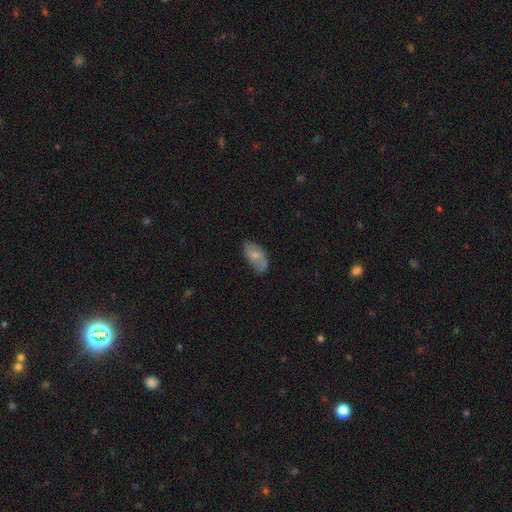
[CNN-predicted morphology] The model was most divided on "smooth or featured": smooth: 58%, featured or disk: 35%, star or artifact: 7%. More confident: how rounded — in between (92%); merging — none (62%).